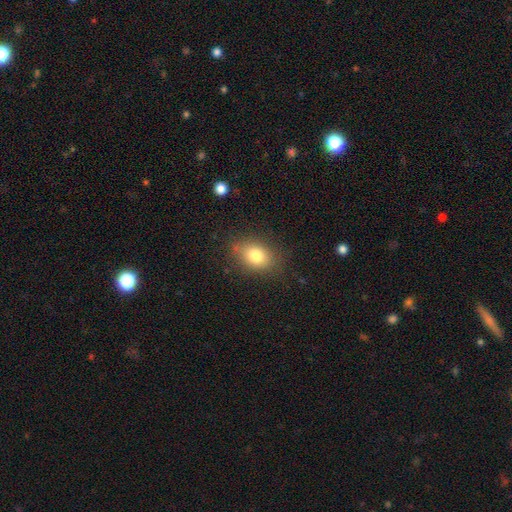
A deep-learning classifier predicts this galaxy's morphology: Smooth or featured?
  - smooth: 80% *
  - featured or disk: 10%
  - star or artifact: 10%
How rounded?
  - in between: 70% *
  - round: 28%
  - cigar-shaped: 1%
Merging?
  - none: 78% *
  - minor disturbance: 16%
  - major disturbance: 4%
  - merger: 2%